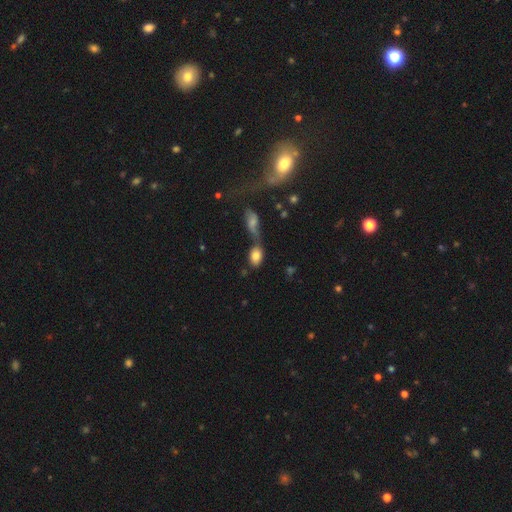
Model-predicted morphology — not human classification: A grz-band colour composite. It shows a smooth galaxy with no disk features (81%) that is in between round and cigar-shaped (85%). Merging: none (40%, tied with merger).